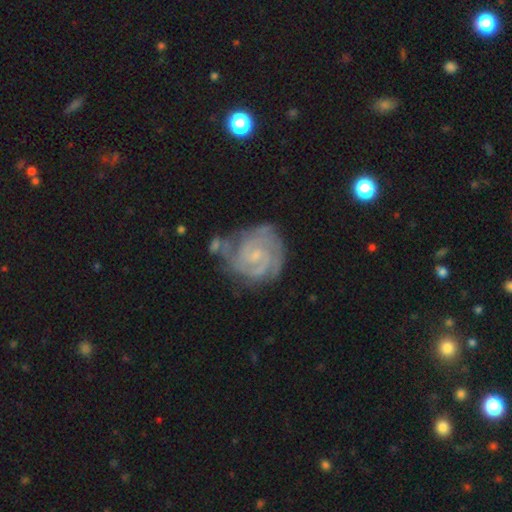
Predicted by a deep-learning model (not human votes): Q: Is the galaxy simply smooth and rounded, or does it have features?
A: featured or disk — 87%.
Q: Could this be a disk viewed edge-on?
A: no — 98%.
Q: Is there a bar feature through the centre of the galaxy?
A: no — 55%.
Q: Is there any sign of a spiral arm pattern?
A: yes — 98%.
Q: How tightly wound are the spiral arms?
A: tight — 74%.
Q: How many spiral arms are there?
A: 2 — 42%.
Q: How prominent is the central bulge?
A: small — 73%.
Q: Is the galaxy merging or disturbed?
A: none — 61%.